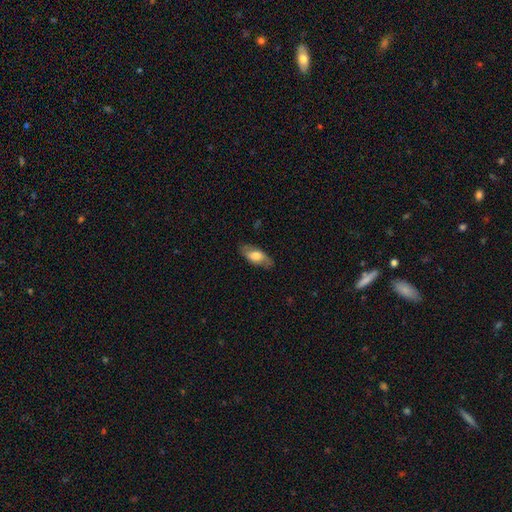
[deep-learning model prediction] Morphology: type=smooth (60%); roundness=in between (81%); merging=none (79%).